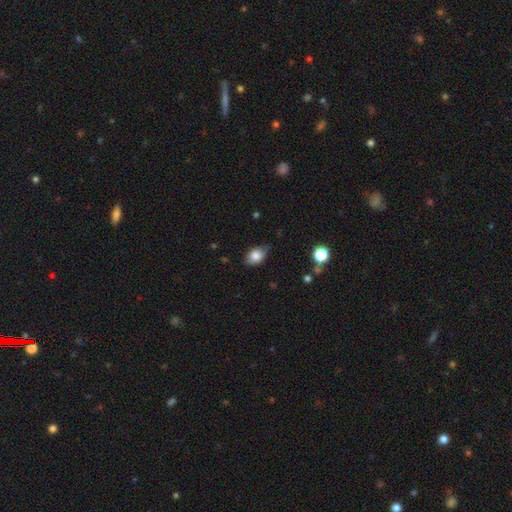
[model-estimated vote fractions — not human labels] Smooth or featured? Predicted: smooth (p=0.79). How rounded? Predicted: in between (p=0.81). Merging? Predicted: none (p=0.72).